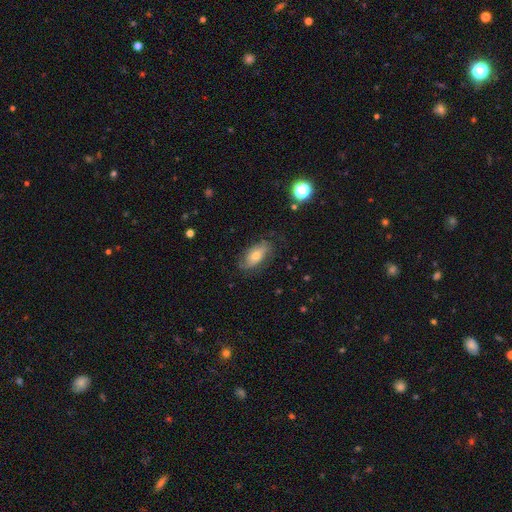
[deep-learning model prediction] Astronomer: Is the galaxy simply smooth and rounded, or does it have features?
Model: smooth — 48% (runner-up: featured or disk, 44%).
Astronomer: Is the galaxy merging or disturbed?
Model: none — 70%.